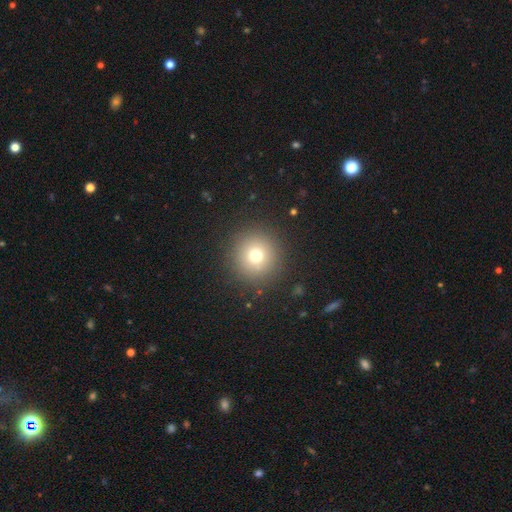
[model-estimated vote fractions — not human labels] smooth-or-featured: smooth: 72% | star or artifact: 16% | featured or disk: 12%
  how-rounded: round: 95% | in between: 4% | cigar-shaped: 1%
  merging: none: 89% | minor disturbance: 6% | major disturbance: 3% | merger: 1%